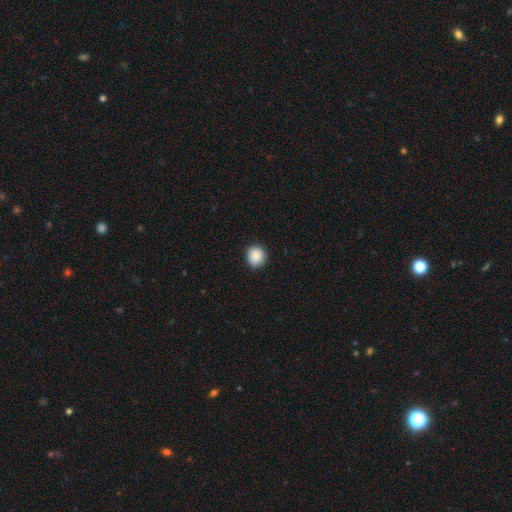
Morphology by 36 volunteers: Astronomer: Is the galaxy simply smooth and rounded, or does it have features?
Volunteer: smooth — 92%.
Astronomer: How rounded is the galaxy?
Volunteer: round — 82%.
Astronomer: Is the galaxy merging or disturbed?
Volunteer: none — 94%.